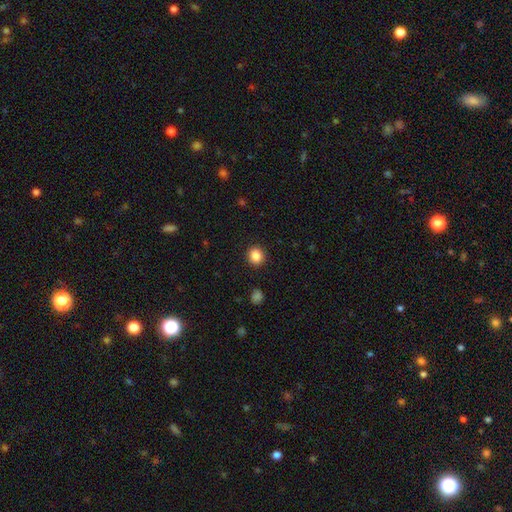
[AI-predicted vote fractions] Smooth or featured?
  - smooth: 86% *
  - star or artifact: 10%
  - featured or disk: 4%
How rounded?
  - round: 87% *
  - in between: 12%
  - cigar-shaped: 1%
Merging?
  - none: 91% *
  - minor disturbance: 5%
  - major disturbance: 2%
  - merger: 1%